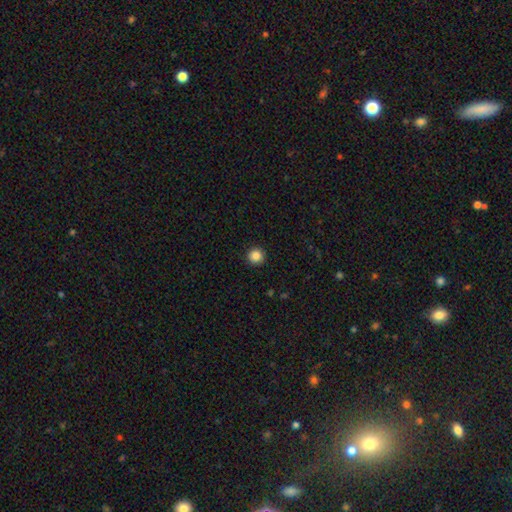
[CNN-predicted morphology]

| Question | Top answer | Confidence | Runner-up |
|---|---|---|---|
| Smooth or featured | smooth | 86% | star or artifact (10%) |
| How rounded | round | 96% | in between (3%) |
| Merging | none | 93% | minor disturbance (4%) |